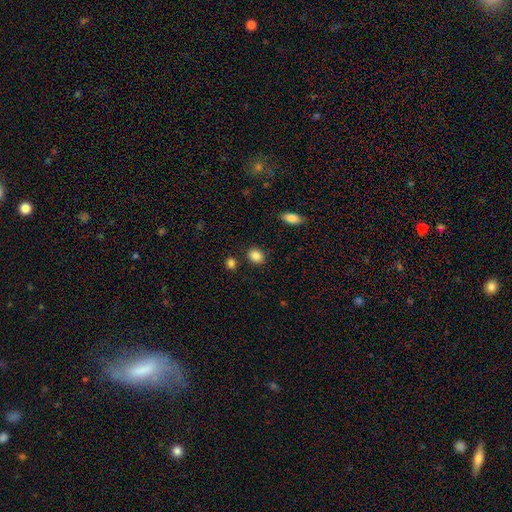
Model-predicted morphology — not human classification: type=smooth (87%); roundness=round (54%); merging=none (84%).